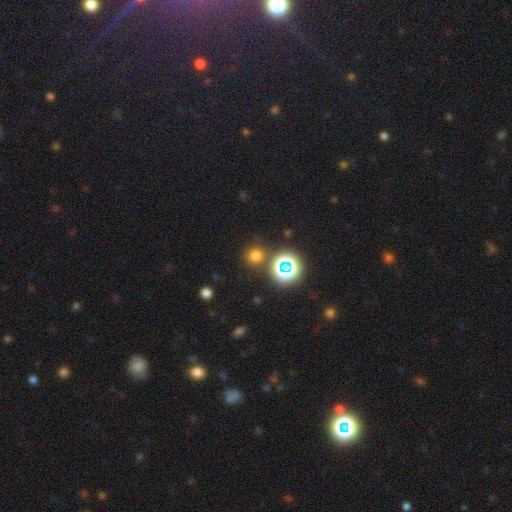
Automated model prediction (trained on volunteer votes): smooth_or_featured: smooth (p=0.68) [alt: star or artifact p=0.26]
how_rounded: round (p=0.92) [alt: in between p=0.07]
merging: none (p=0.84) [alt: minor disturbance p=0.07]